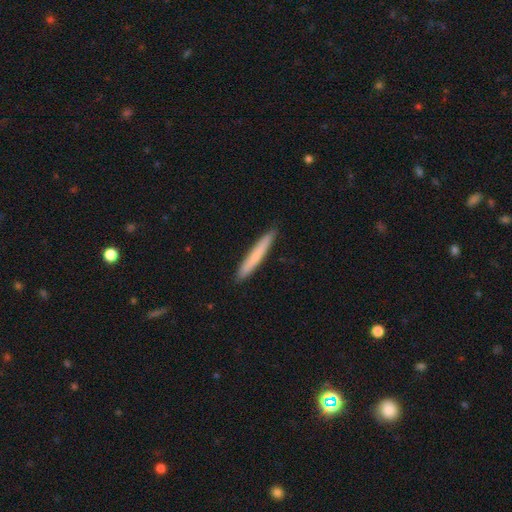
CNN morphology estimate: smooth-or-featured: smooth: 72% | featured or disk: 23% | star or artifact: 6%
  how-rounded: cigar-shaped: 96% | in between: 3% | round: 1%
  merging: none: 91% | minor disturbance: 7% | major disturbance: 1% | merger: 1%